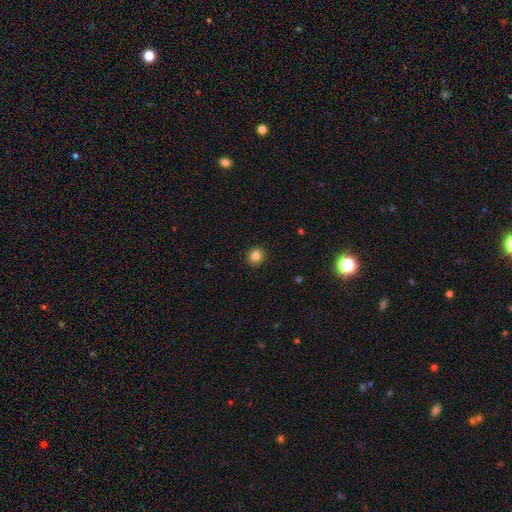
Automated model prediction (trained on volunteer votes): Smooth or featured? Predicted: smooth (p=0.84). How rounded? Predicted: round (p=0.84). Merging? Predicted: none (p=0.91).